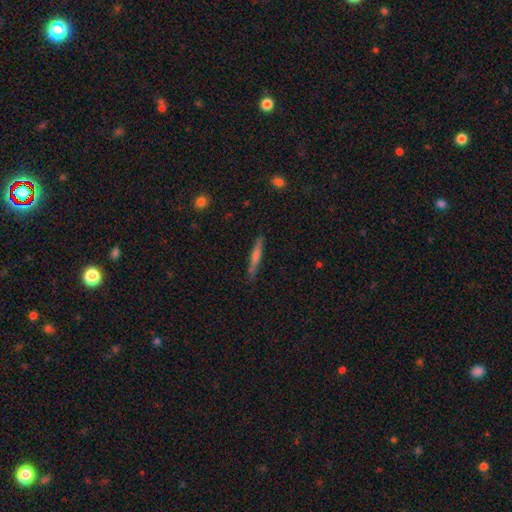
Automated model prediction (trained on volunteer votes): The model was most divided on "smooth or featured": smooth: 51%, featured or disk: 41%, star or artifact: 8%. More confident: how rounded — cigar-shaped (94%); merging — none (84%).